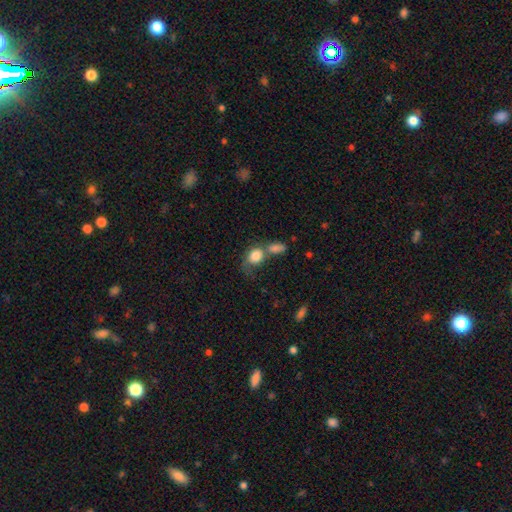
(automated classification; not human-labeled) Smooth or featured? smooth (81%)
How rounded? in between (52%)
Merging? merger (52%)